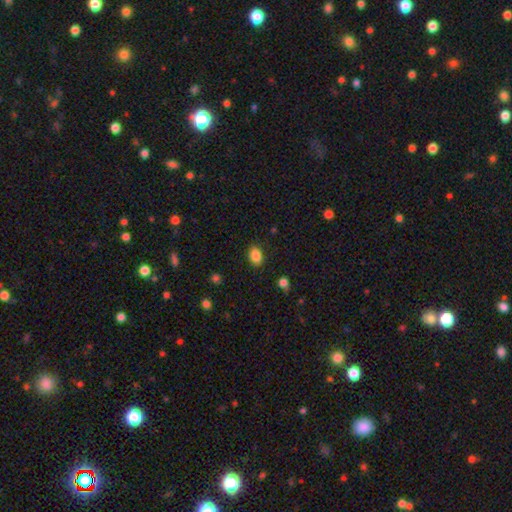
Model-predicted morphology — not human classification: This appears to be a smooth galaxy with no disk features (86%) that is in between round and cigar-shaped (78%). Merging: none (85%).